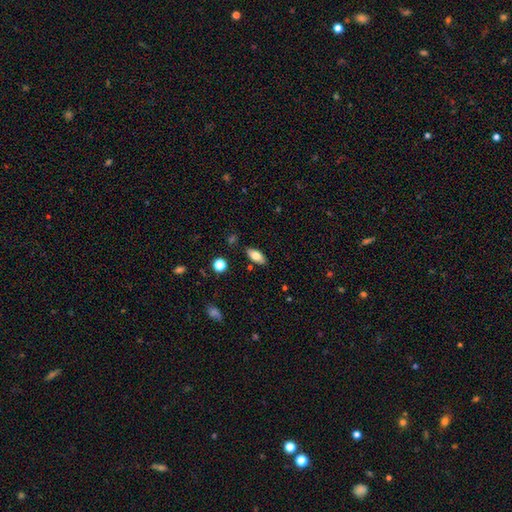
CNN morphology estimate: type=smooth (77%); roundness=in between (88%); merging=none (85%).